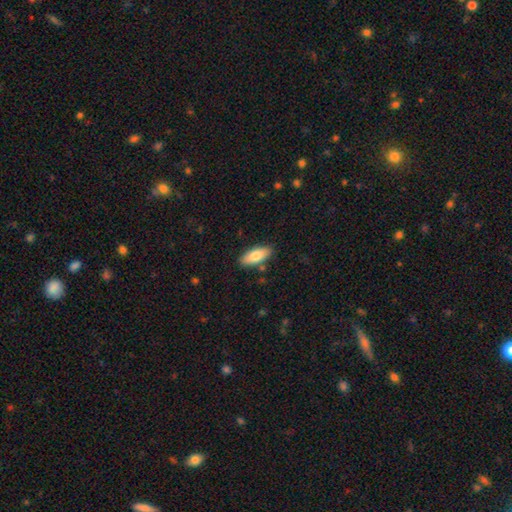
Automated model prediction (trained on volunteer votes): A smooth galaxy with no disk features (80%) that is in between round and cigar-shaped (82%).

Vote fractions:
- Smooth or featured? smooth: 80% / featured or disk: 14% / star or artifact: 6%
- How rounded? in between: 82% / cigar-shaped: 16% / round: 2%
- Merging? none: 86% / minor disturbance: 10% / merger: 2% / major disturbance: 2%